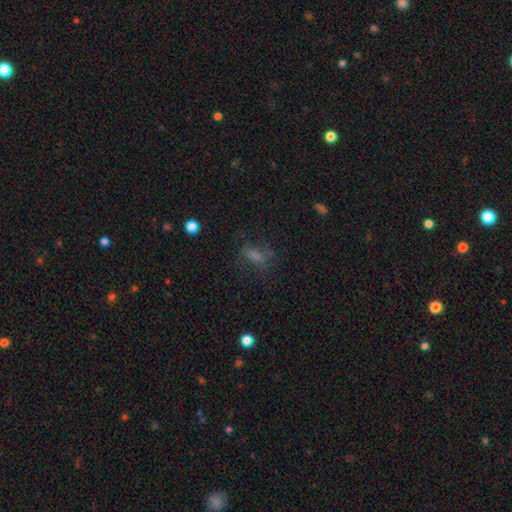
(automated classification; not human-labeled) A smooth galaxy with no disk features (57%) that is in between round and cigar-shaped (73%). Merging: none (55%).